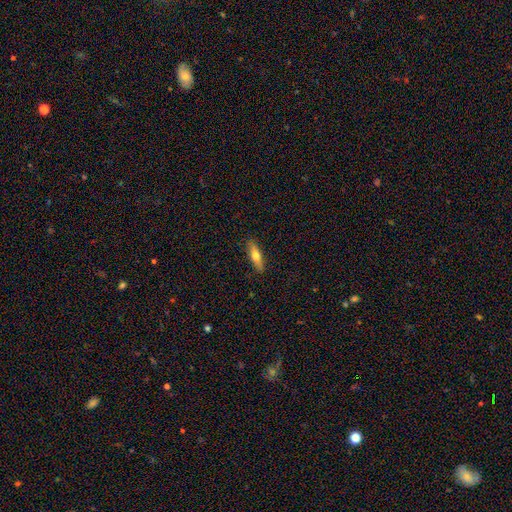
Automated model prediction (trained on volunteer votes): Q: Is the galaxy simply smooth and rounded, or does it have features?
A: smooth — 58%.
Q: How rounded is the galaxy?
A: cigar-shaped — 65%.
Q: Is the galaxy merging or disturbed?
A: none — 88%.